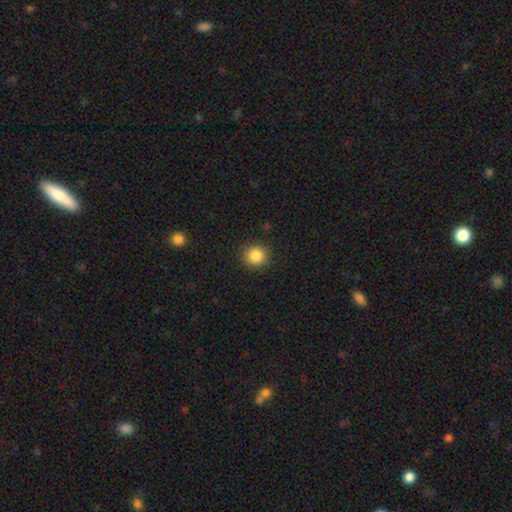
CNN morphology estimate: smooth_or_featured: smooth (p=0.86) [alt: star or artifact p=0.10]
how_rounded: round (p=0.86) [alt: in between p=0.13]
merging: none (p=0.90) [alt: minor disturbance p=0.07]